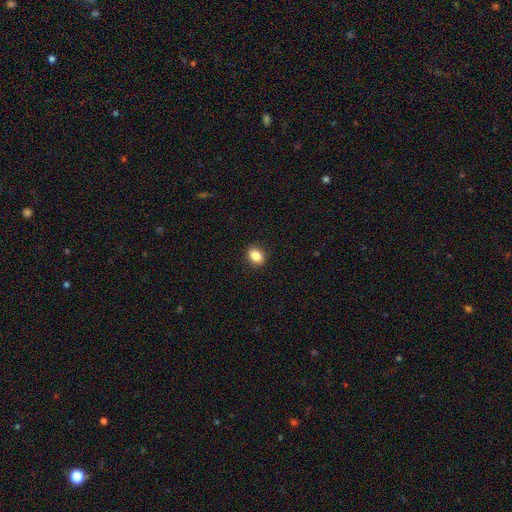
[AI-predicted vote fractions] Smooth or featured? smooth (86%)
How rounded? in between (67%)
Merging? none (90%)